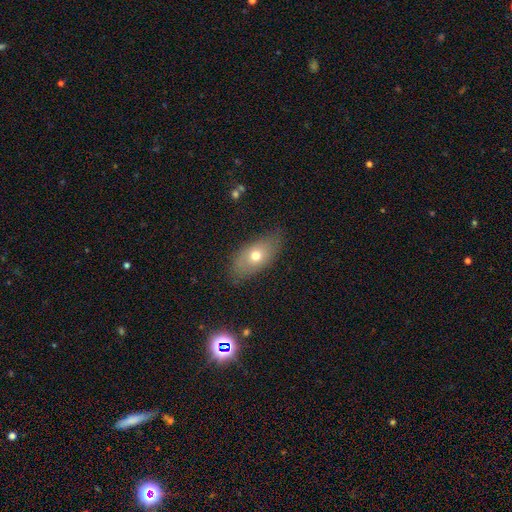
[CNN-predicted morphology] Overall: smooth (64%; featured or disk 27%). How rounded: in between (86%). Merging: none (76%).